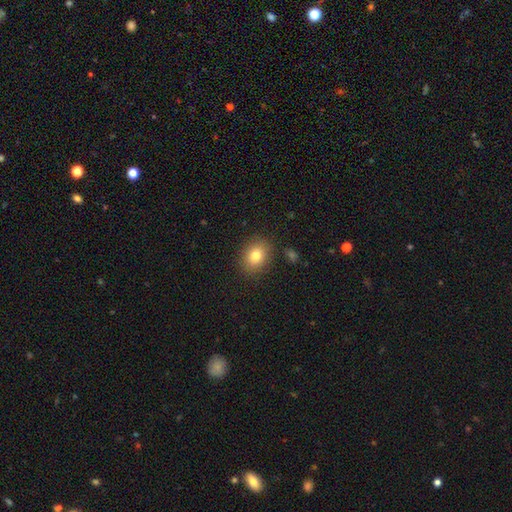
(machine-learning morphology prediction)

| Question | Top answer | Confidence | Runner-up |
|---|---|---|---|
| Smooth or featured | smooth | 81% | star or artifact (10%) |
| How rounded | in between | 54% | round (45%) |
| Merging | none | 86% | minor disturbance (9%) |